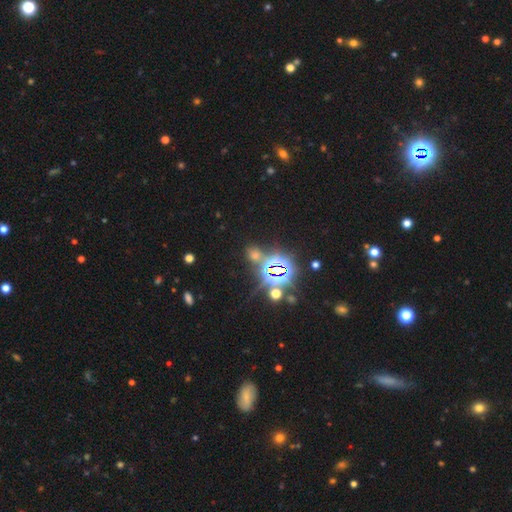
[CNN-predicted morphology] This appears to be a star or artifact, not a galaxy (73%).